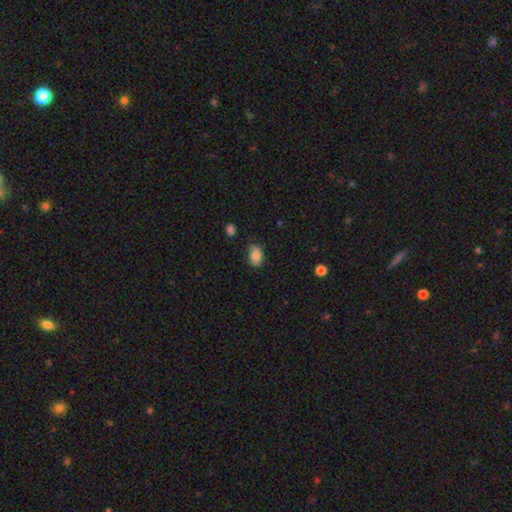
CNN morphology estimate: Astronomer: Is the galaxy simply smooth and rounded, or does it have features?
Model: smooth — 81%.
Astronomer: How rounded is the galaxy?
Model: in between — 86%.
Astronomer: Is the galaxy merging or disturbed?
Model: none — 74%.